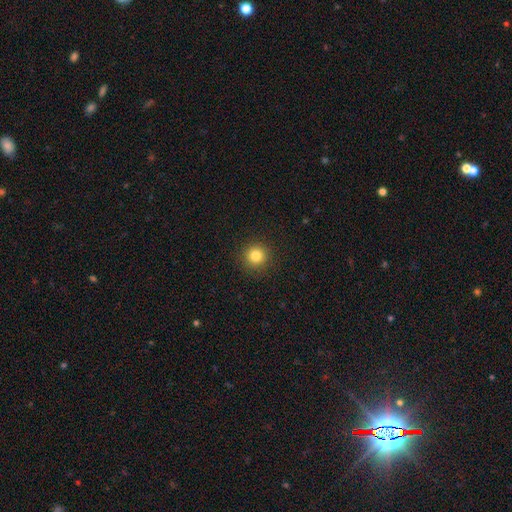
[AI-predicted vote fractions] Smooth or featured? smooth (82%)
How rounded? round (95%)
Merging? none (92%)